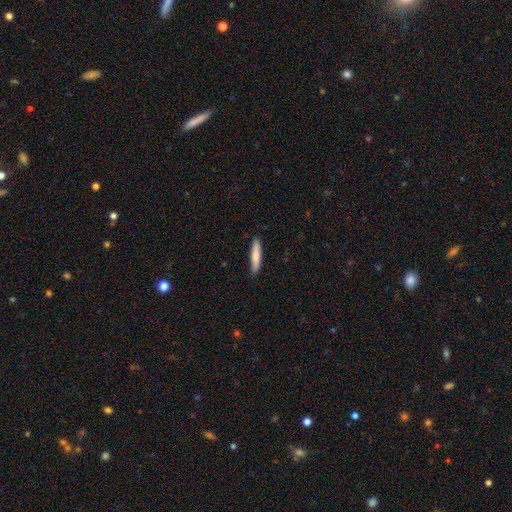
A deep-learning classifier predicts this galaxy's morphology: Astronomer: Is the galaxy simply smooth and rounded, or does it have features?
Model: smooth — 78%.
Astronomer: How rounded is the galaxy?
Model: cigar-shaped — 87%.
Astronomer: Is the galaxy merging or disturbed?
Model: none — 88%.